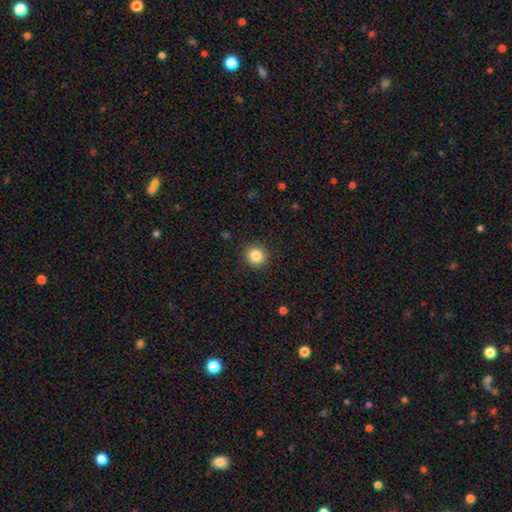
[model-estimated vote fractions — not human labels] Smooth or featured? Predicted: smooth (p=0.85). How rounded? Predicted: round (p=0.90). Merging? Predicted: none (p=0.91).